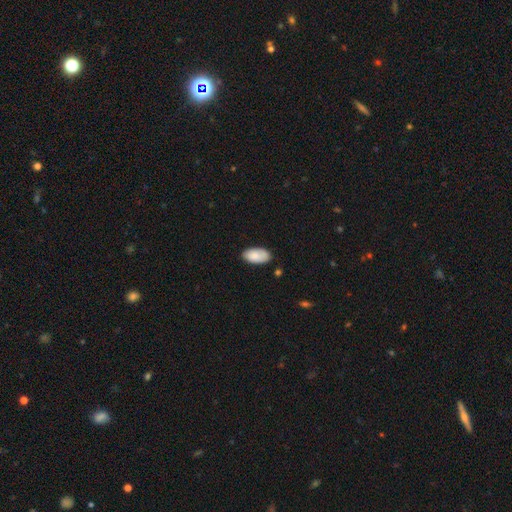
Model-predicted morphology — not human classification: A smooth galaxy with no disk features (85%) that is in between round and cigar-shaped (95%).

Vote fractions:
- Smooth or featured? smooth: 85% / featured or disk: 8% / star or artifact: 6%
- How rounded? in between: 95% / cigar-shaped: 2% / round: 2%
- Merging? none: 79% / minor disturbance: 16% / major disturbance: 3% / merger: 2%